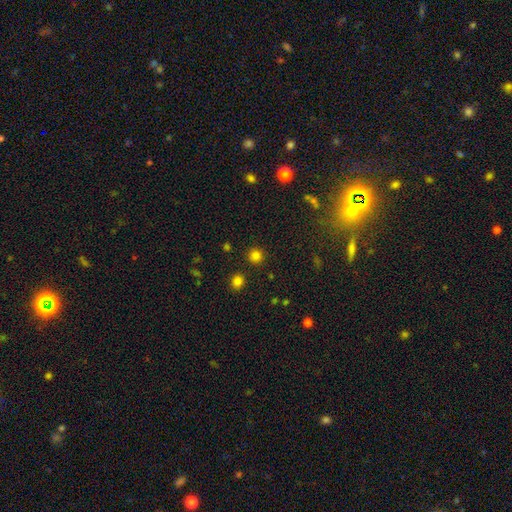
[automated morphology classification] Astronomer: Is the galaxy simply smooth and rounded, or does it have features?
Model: smooth — 80%.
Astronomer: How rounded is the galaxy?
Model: round — 93%.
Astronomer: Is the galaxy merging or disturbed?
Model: none — 89%.